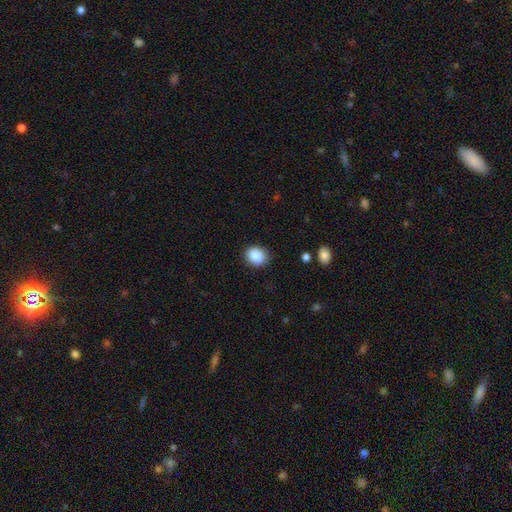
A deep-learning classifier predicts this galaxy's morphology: This is clearly a smooth galaxy (89%). How rounded: likely round (62%). Merging: clearly none (86%).